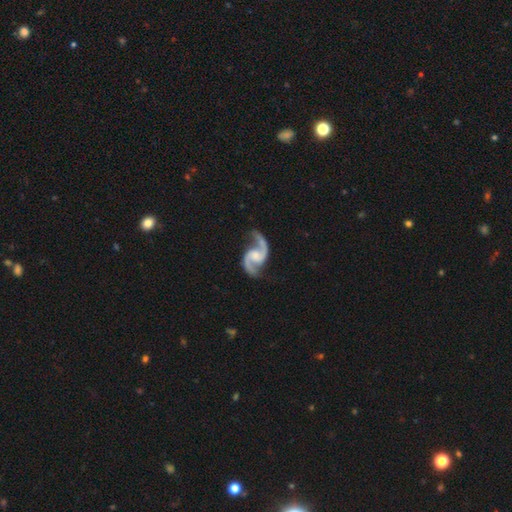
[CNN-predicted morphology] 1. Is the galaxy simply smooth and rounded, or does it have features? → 94% featured or disk, 3% star or artifact, 3% smooth.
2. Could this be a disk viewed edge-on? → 98% no, 2% yes.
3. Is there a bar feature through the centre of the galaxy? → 52% no, 38% weak, 10% strong.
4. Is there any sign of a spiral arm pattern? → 98% yes, 2% no.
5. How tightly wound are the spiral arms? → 46% medium (tied), 46% loose (tied), 8% tight.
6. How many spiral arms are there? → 94% 2, 1% 1, 1% can't tell, 1% 3, 1% 4, 1% more than 4.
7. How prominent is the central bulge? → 42% small, 33% moderate, 20% none, 4% large, 1% dominant.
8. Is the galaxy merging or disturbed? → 76% none, 15% minor disturbance, 7% major disturbance, 2% merger.